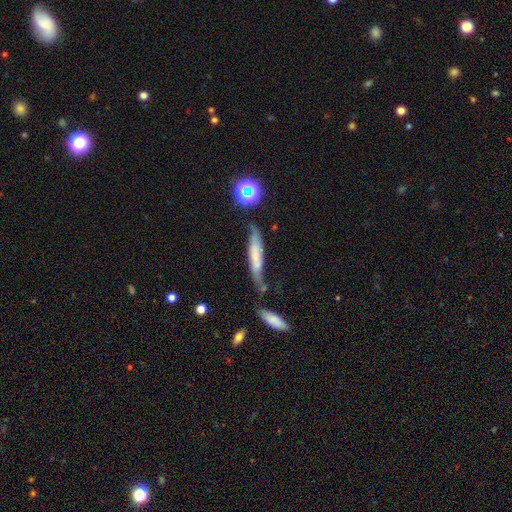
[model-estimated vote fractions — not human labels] smooth-or-featured: smooth: 48% | featured or disk: 42% | star or artifact: 10%
  merging: none: 50% | minor disturbance: 26% | merger: 12% | major disturbance: 12%